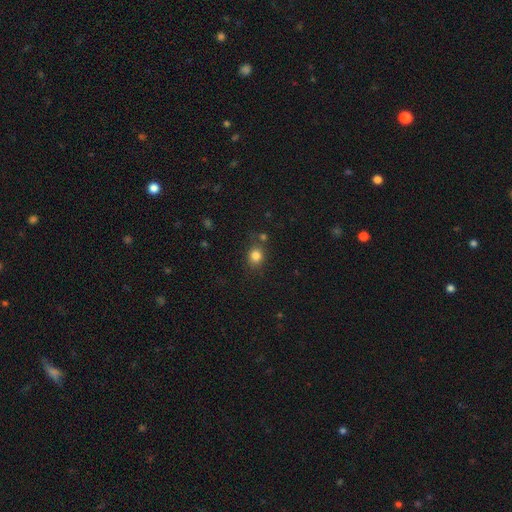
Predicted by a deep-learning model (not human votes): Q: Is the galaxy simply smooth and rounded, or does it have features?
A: smooth — 82%.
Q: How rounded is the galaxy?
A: round — 70%.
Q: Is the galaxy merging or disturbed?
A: none — 74%.